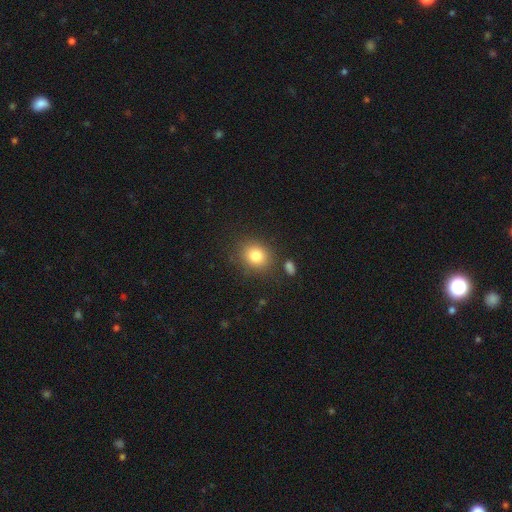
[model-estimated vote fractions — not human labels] Smooth or featured?
  - smooth: 81% *
  - star or artifact: 11%
  - featured or disk: 8%
How rounded?
  - round: 71% *
  - in between: 28%
  - cigar-shaped: 1%
Merging?
  - none: 82% *
  - minor disturbance: 10%
  - merger: 4%
  - major disturbance: 4%